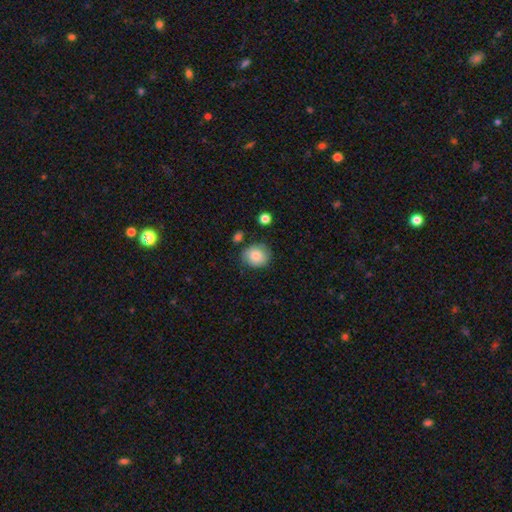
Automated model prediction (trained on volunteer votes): Q: Smooth or featured?
A: smooth (81%); runner-up: featured or disk (11%)
Q: How rounded?
A: round (74%); runner-up: in between (25%)
Q: Merging?
A: none (74%); runner-up: minor disturbance (18%)